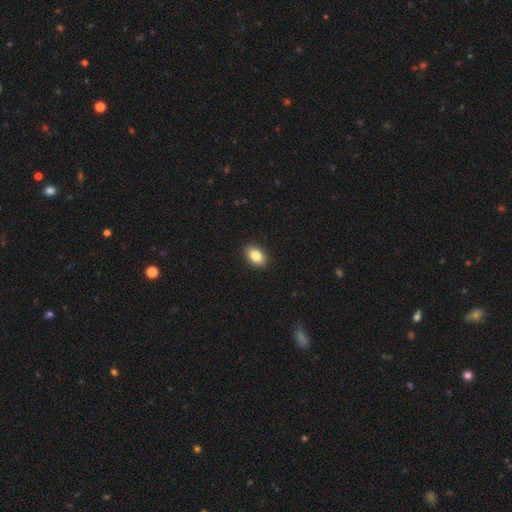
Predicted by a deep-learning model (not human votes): Smooth or featured?
  - smooth: 86% *
  - star or artifact: 8%
  - featured or disk: 6%
How rounded?
  - in between: 88% *
  - round: 10%
  - cigar-shaped: 2%
Merging?
  - none: 91% *
  - minor disturbance: 7%
  - major disturbance: 2%
  - merger: 1%